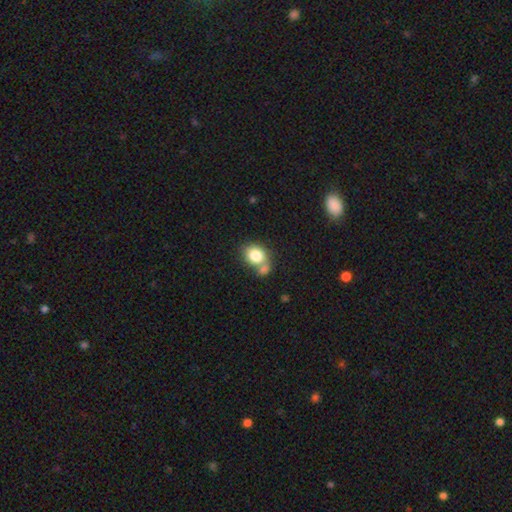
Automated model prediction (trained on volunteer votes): Smooth or featured? Predicted: smooth (p=0.82). How rounded? Predicted: round (p=0.55). Merging? Predicted: none (p=0.43).